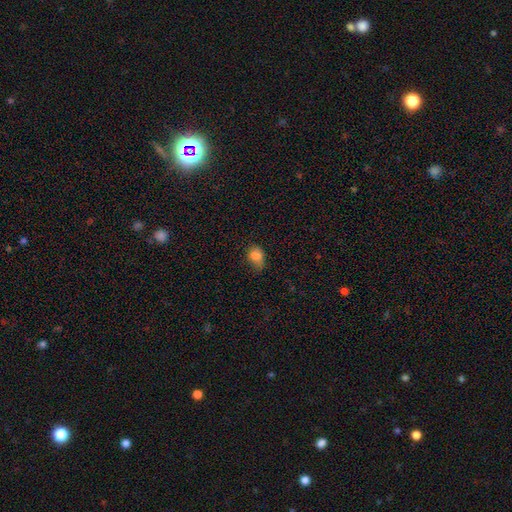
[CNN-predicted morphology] Smooth or featured? Predicted: smooth (p=0.81). How rounded? Predicted: in between (p=0.55). Merging? Predicted: none (p=0.40).